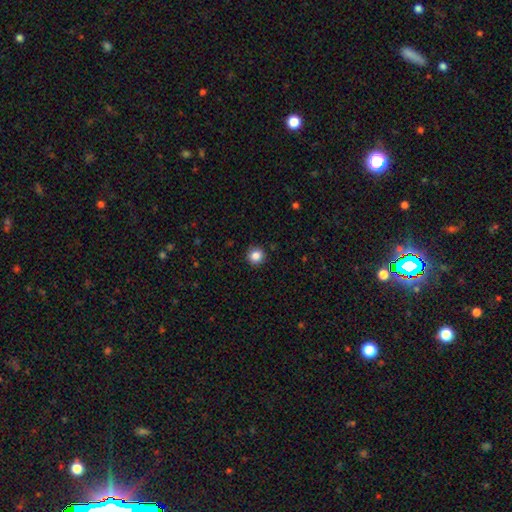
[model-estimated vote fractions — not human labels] smooth 85%, star or artifact 11%, featured or disk 5%. Down the decision tree: how rounded — round (93%); merging — none (92%).